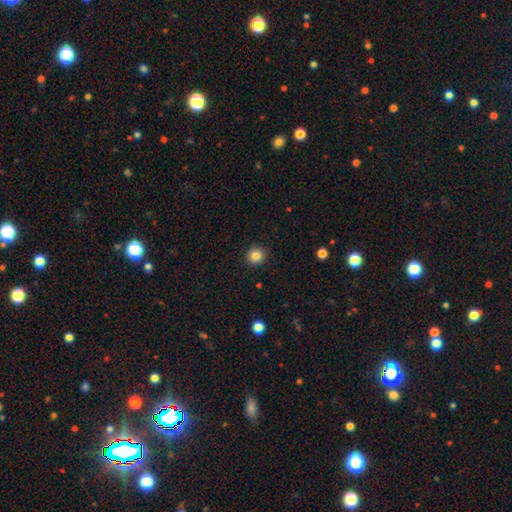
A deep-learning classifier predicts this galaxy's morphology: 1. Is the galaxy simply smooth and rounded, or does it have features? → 84% smooth, 11% star or artifact, 5% featured or disk.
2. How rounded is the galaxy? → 92% round, 7% in between, 1% cigar-shaped.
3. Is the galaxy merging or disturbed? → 92% none, 5% minor disturbance, 2% major disturbance, 1% merger.